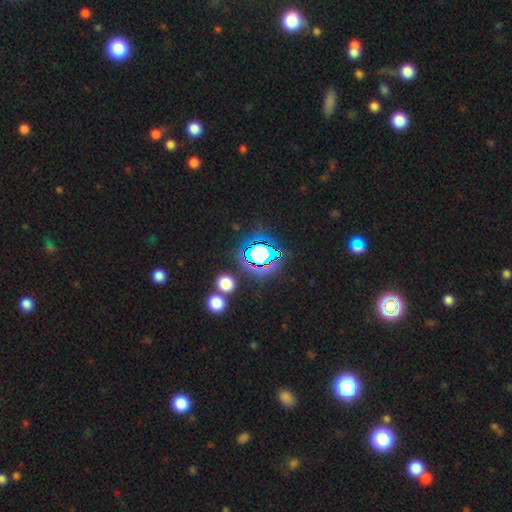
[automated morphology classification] Overall: star or artifact (67%).